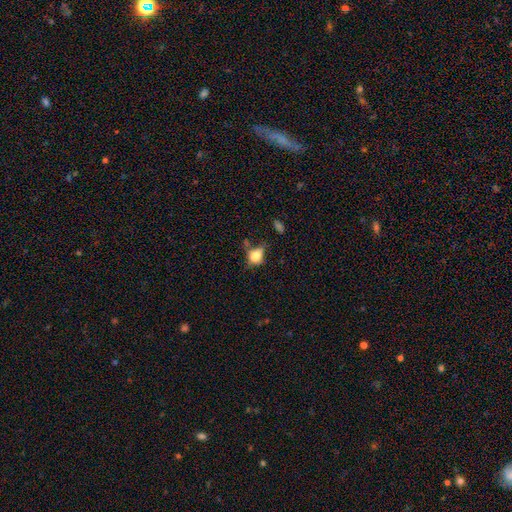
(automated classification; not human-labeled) Smooth or featured?
  - smooth: 77% *
  - featured or disk: 12%
  - star or artifact: 11%
How rounded?
  - in between: 51% *
  - round: 47%
  - cigar-shaped: 2%
Merging?
  - none: 44% *
  - minor disturbance: 32%
  - major disturbance: 16%
  - merger: 8%